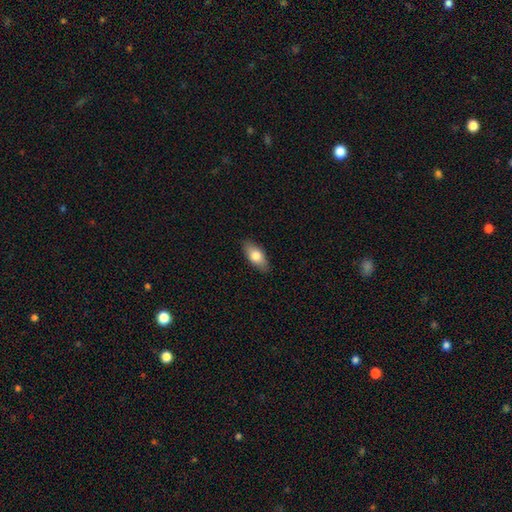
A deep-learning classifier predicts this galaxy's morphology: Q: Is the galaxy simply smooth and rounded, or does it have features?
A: smooth — 76%.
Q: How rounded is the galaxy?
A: in between — 86%.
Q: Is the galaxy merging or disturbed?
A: none — 87%.